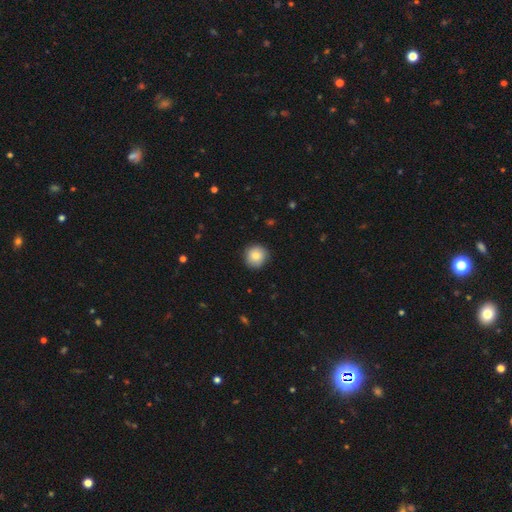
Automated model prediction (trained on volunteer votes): This appears to be a smooth galaxy with no disk features (85%) that is round (93%). Merging: none (89%).